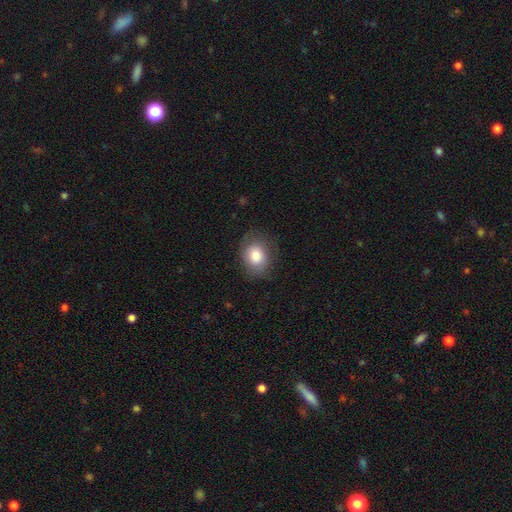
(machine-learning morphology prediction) smooth-or-featured: smooth: 80% | featured or disk: 12% | star or artifact: 8%
  how-rounded: round: 51% | in between: 48% | cigar-shaped: 1%
  merging: none: 74% | minor disturbance: 18% | major disturbance: 7% | merger: 1%